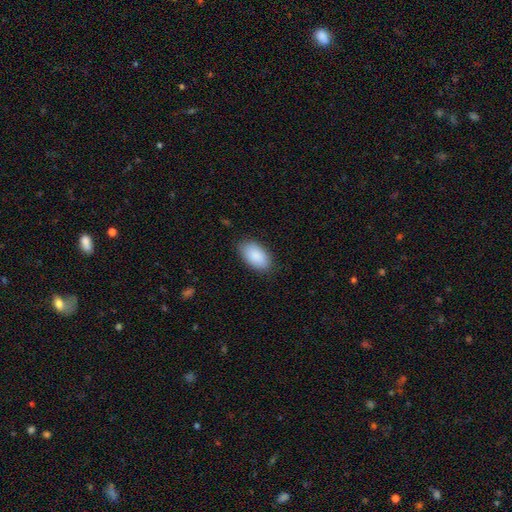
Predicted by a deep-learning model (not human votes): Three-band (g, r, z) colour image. It shows a smooth galaxy with no disk features (90%) that is in between round and cigar-shaped (95%). Merging: none (85%).